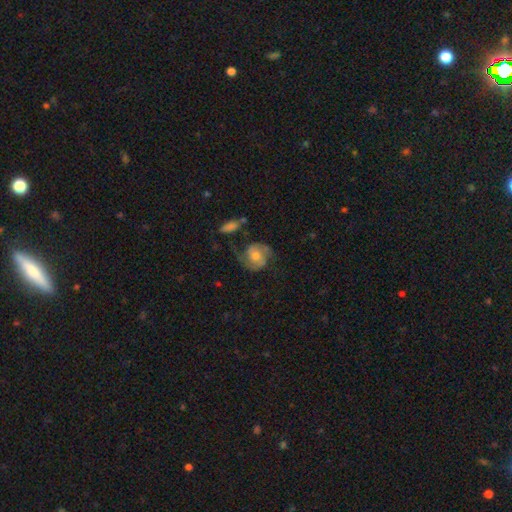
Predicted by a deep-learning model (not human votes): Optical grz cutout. It shows a featured or disk galaxy (76%) with no bar (66%), 2 (88%) medium (49%) spiral arms (94%) and a moderate central bulge (60%). Merging: none (67%).